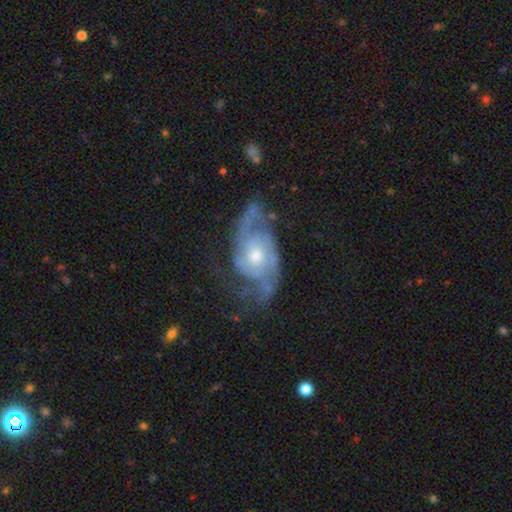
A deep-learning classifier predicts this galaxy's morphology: A featured or disk galaxy (86%) with no bar (69%), 2 (65%) medium (46%) spiral arms (95%) and a moderate central bulge (61%). Merging: none (60%).